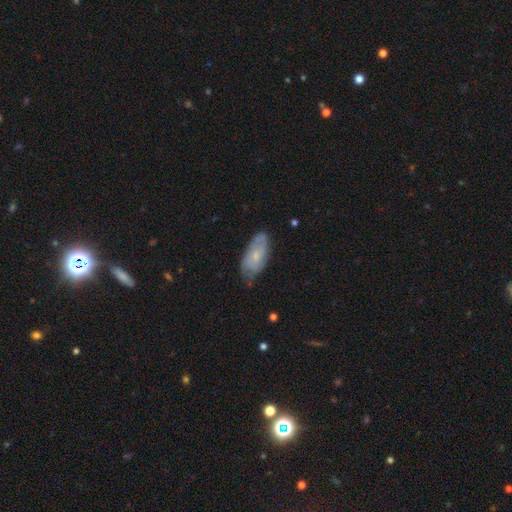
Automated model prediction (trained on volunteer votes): Overall: smooth (51%; featured or disk 42%). How rounded: in between (86%). Merging: none (55%; minor disturbance 34%).